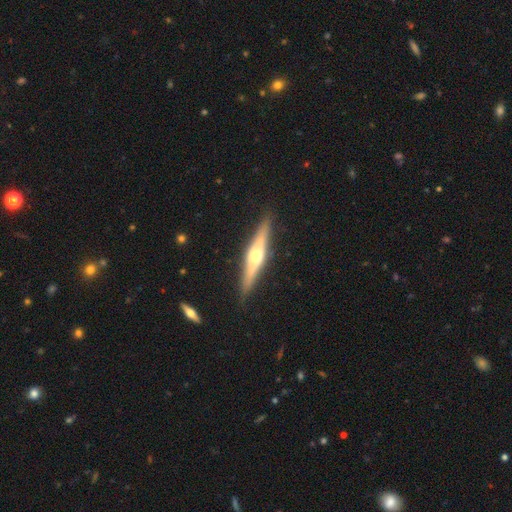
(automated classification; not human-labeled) Overall: featured or disk (67%; smooth 28%). Edge-on disk: yes (96%). Edge-on bulge: rounded (91%). Merging: none (89%).